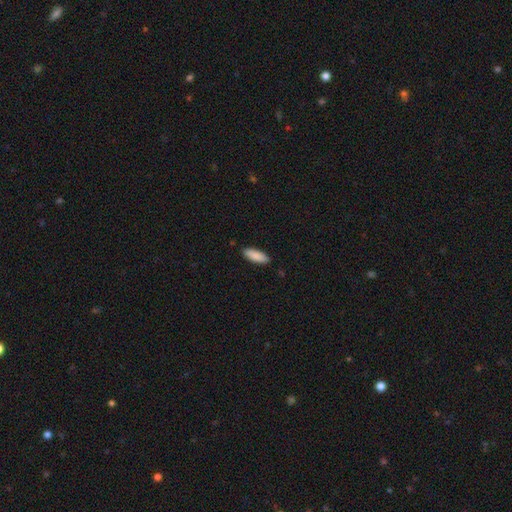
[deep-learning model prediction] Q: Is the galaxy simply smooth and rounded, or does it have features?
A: smooth — 89%.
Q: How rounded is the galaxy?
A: in between — 61%.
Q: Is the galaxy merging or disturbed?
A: none — 88%.